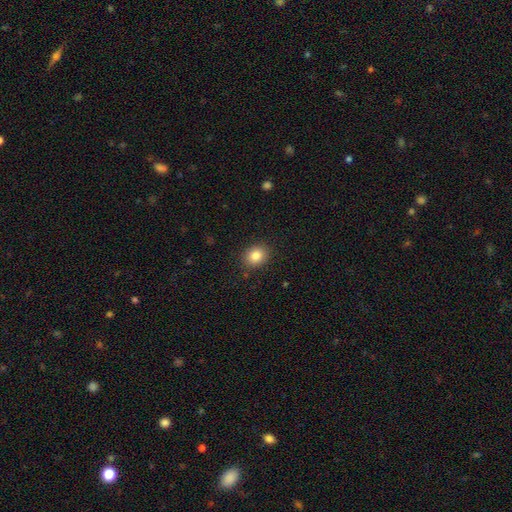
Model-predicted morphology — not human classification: smooth_or_featured: smooth (p=0.84) [alt: star or artifact p=0.10]
how_rounded: round (p=0.60) [alt: in between p=0.39]
merging: none (p=0.88) [alt: minor disturbance p=0.08]